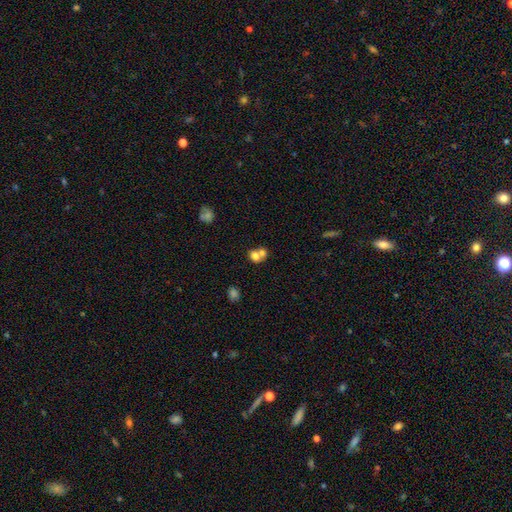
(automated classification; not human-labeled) smooth-or-featured: smooth: 73% | featured or disk: 16% | star or artifact: 11%
  how-rounded: round: 66% | in between: 33% | cigar-shaped: 1%
  merging: merger: 58% | none: 32% | minor disturbance: 7% | major disturbance: 3%